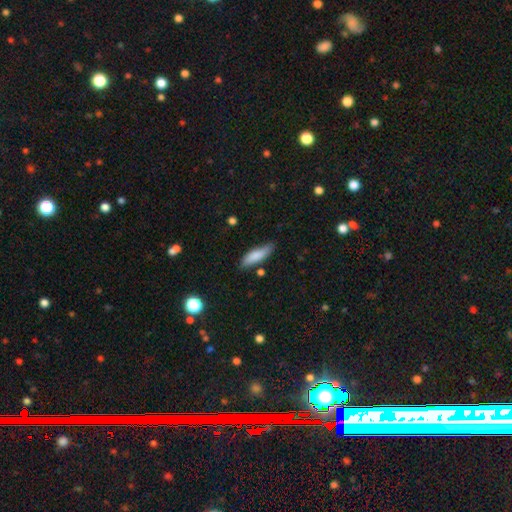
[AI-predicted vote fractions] smooth-or-featured: smooth: 81% | featured or disk: 13% | star or artifact: 6%
  how-rounded: cigar-shaped: 55% | in between: 43% | round: 2%
  merging: none: 74% | minor disturbance: 19% | major disturbance: 3% | merger: 3%